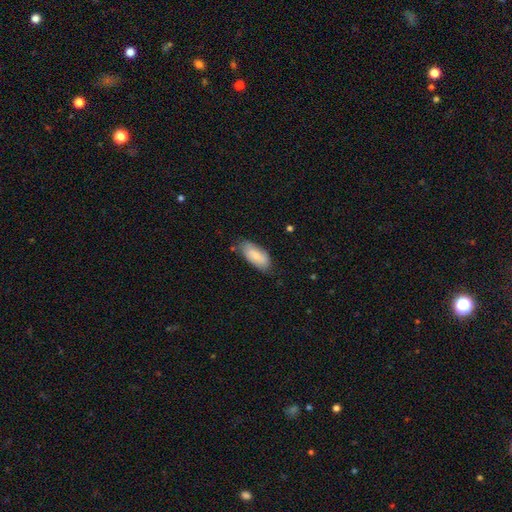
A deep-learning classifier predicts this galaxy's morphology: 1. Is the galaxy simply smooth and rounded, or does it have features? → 78% smooth, 16% featured or disk, 6% star or artifact.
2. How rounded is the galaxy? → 88% in between, 10% cigar-shaped, 2% round.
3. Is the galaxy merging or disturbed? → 67% none, 26% minor disturbance, 5% major disturbance, 2% merger.